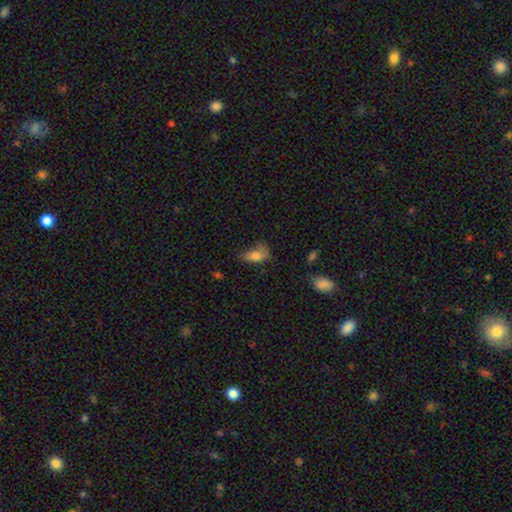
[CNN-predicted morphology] This is likely a smooth galaxy (77%). How rounded: clearly in between (84%). Merging: marginally minor disturbance (37%).